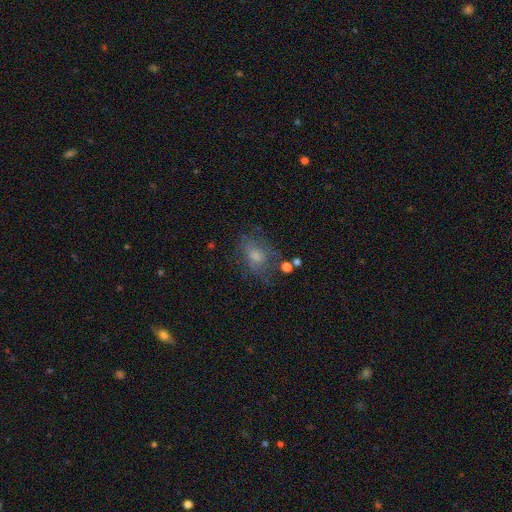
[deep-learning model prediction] The model was most divided on "smooth or featured": smooth: 47%, featured or disk: 32%, star or artifact: 21%. More confident: merging — none (64%).